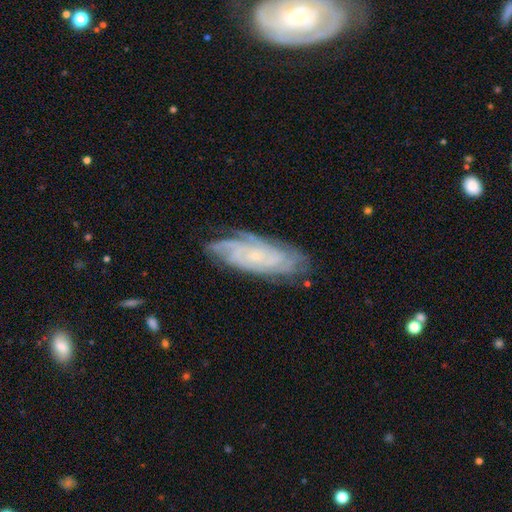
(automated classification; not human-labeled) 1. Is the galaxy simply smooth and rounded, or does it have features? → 81% featured or disk, 12% smooth, 7% star or artifact.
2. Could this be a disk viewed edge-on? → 90% no, 10% yes.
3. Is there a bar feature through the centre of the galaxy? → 73% no, 22% weak, 5% strong.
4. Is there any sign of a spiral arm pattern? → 96% yes, 4% no.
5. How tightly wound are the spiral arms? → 72% tight, 23% medium, 5% loose.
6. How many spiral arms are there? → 34% can't tell, 25% 4, 15% 3, 11% more than 4, 10% 2, 6% 1.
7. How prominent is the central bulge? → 80% small, 13% moderate, 5% none, 1% large, 1% dominant.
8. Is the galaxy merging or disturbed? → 77% none, 17% minor disturbance, 4% major disturbance, 1% merger.